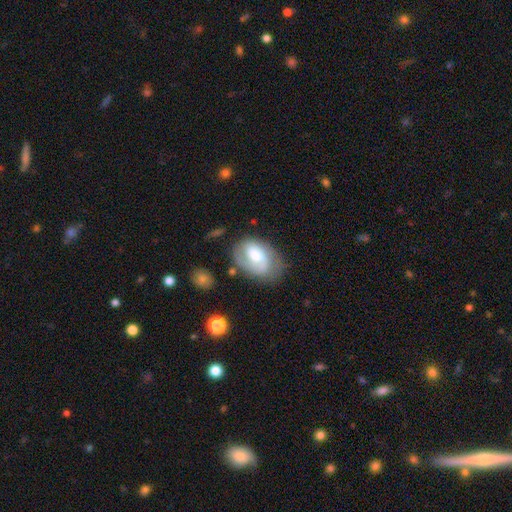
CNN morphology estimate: Q: Smooth or featured?
A: featured or disk (51%); runner-up: smooth (41%)
Q: Edge-on disk?
A: no (96%); runner-up: yes (4%)
Q: Merging?
A: none (56%); runner-up: minor disturbance (26%)